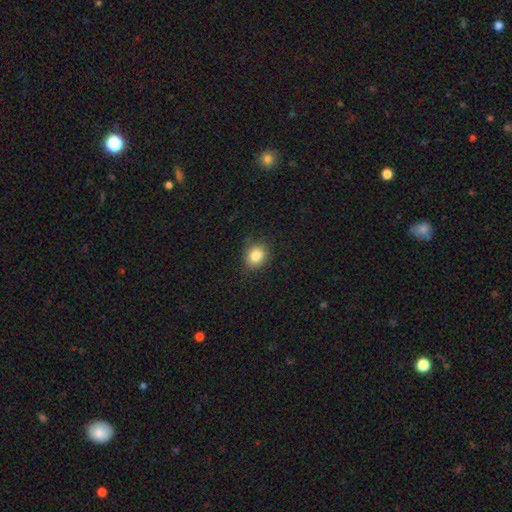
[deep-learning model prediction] Smooth or featured? smooth (84%)
How rounded? round (68%)
Merging? none (83%)